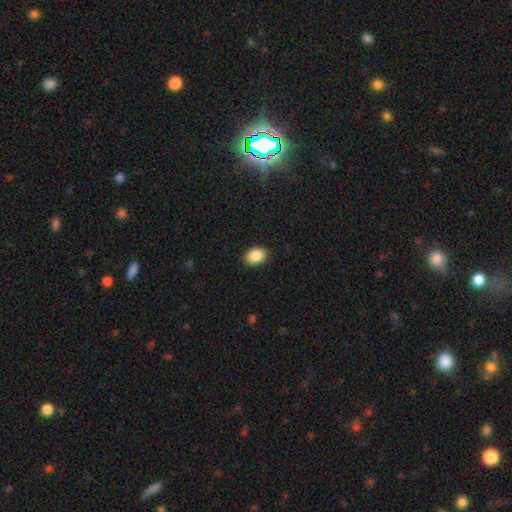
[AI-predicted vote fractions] smooth 89%, star or artifact 7%, featured or disk 4%. Down the decision tree: how rounded — in between (80%); merging — none (89%).